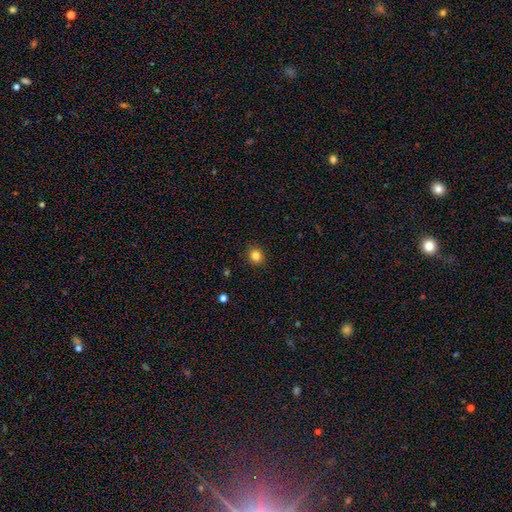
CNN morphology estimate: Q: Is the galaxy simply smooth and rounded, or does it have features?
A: smooth — 84%.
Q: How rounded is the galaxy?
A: round — 79%.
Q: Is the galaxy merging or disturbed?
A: none — 91%.